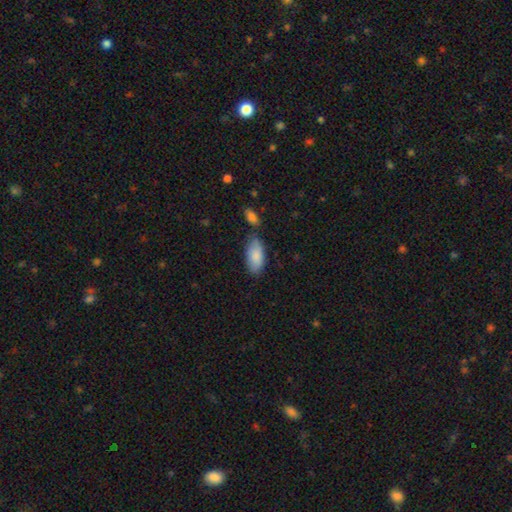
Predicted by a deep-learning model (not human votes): Morphology: type=smooth (87%); roundness=in between (91%); merging=none (68%).